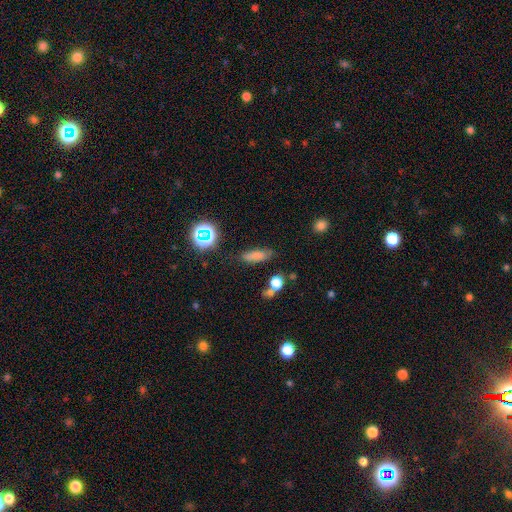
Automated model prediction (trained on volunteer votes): smooth_or_featured: smooth (p=0.74) [alt: star or artifact p=0.15]
how_rounded: in between (p=0.50) [alt: cigar-shaped p=0.44]
merging: none (p=0.70) [alt: minor disturbance p=0.17]